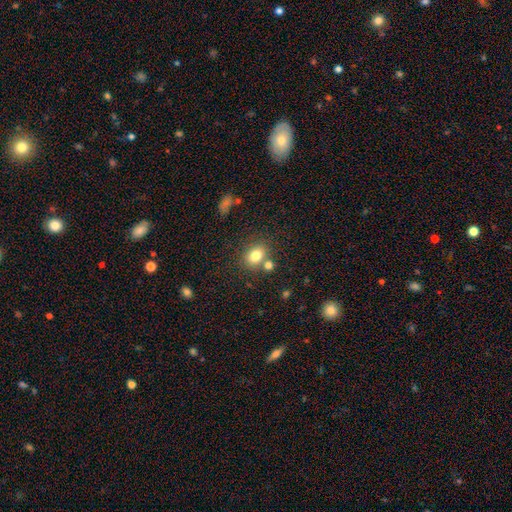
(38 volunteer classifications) Morphology: type=smooth (82%); roundness=in between (58%); merging=none (63%).